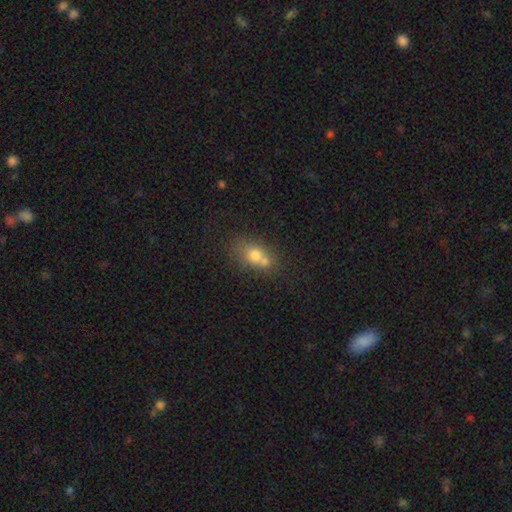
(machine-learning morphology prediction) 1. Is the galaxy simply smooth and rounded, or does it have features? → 68% smooth, 18% featured or disk, 13% star or artifact.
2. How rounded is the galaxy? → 51% round, 47% in between, 2% cigar-shaped.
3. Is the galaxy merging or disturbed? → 48% merger, 37% none, 11% minor disturbance, 4% major disturbance.